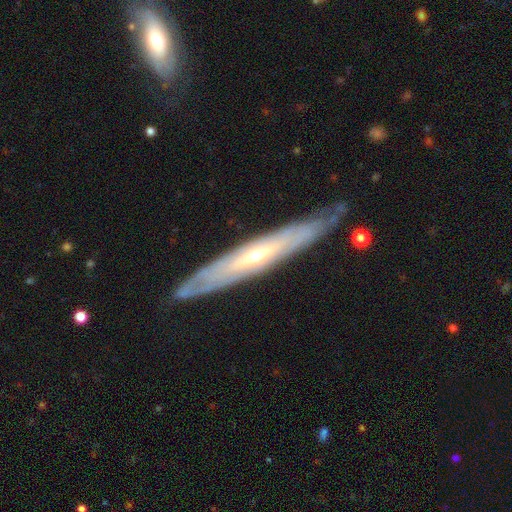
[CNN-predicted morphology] featured or disk 78%, smooth 17%, star or artifact 6%. Down the decision tree: edge-on disk — yes (65%); edge-on bulge — rounded (65%); merging — none (81%).